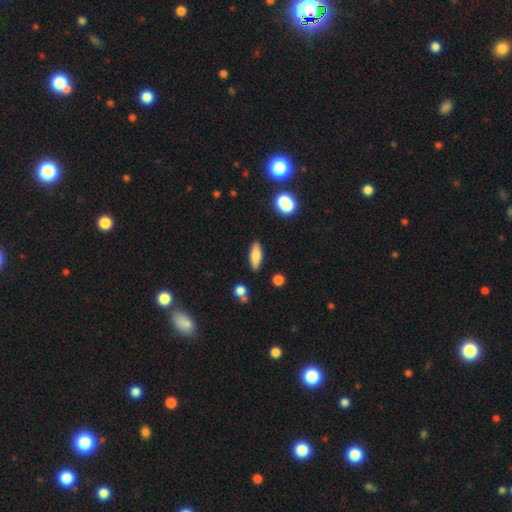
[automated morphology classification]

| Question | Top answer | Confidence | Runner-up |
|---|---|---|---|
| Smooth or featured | smooth | 73% | featured or disk (19%) |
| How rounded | in between | 60% | cigar-shaped (36%) |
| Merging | none | 86% | minor disturbance (9%) |